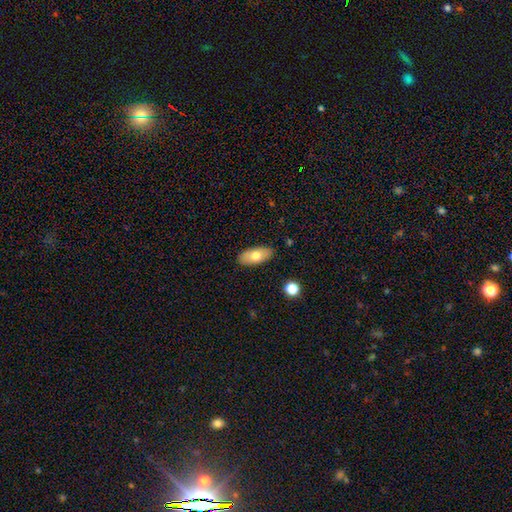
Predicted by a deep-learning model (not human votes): This is likely a smooth galaxy (72%). How rounded: clearly in between (89%). Merging: clearly none (87%).